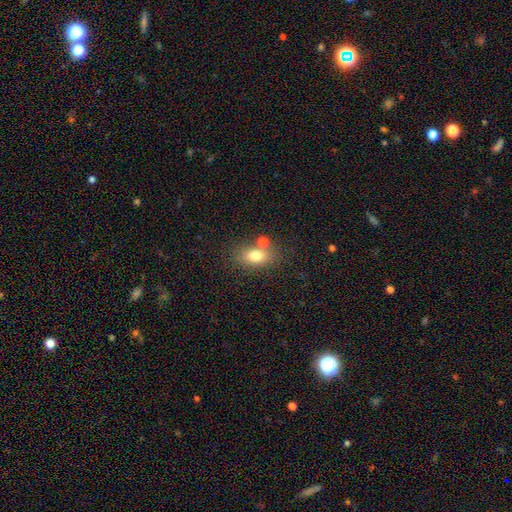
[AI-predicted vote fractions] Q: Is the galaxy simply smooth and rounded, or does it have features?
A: smooth — 77%.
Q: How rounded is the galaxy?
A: in between — 81%.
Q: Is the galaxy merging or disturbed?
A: none — 66%.